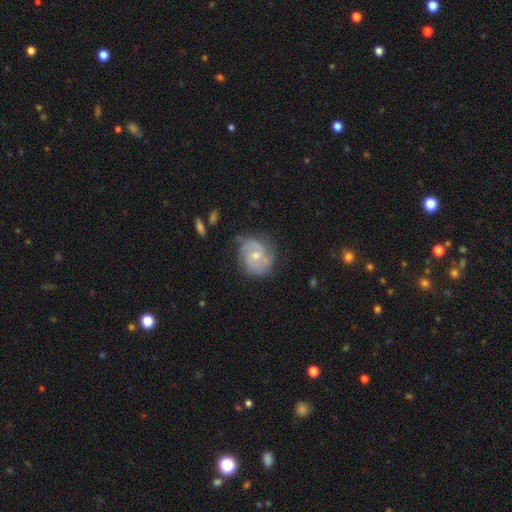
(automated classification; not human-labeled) The model was most divided on "spiral winding": medium: 43%, tight: 41%, loose: 16%. Remaining: edge-on disk — no (98%); spiral arms — yes (91%); smooth or featured — featured or disk (73%); bar — no (67%); merging — none (65%); bulge size — small (50%); spiral arm count — 2 (49%).